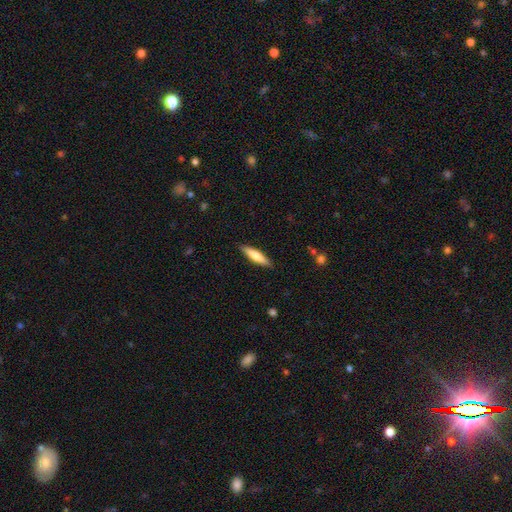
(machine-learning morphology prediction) Smooth or featured?
  - smooth: 62% *
  - featured or disk: 32%
  - star or artifact: 6%
How rounded?
  - cigar-shaped: 78% *
  - in between: 20%
  - round: 2%
Merging?
  - none: 89% *
  - minor disturbance: 8%
  - major disturbance: 2%
  - merger: 1%